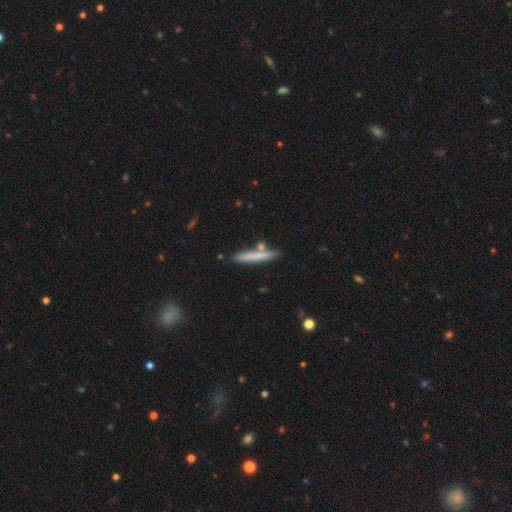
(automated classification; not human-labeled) Q: Smooth or featured?
A: smooth (69%); runner-up: featured or disk (25%)
Q: How rounded?
A: cigar-shaped (94%); runner-up: in between (4%)
Q: Merging?
A: none (79%); runner-up: minor disturbance (11%)